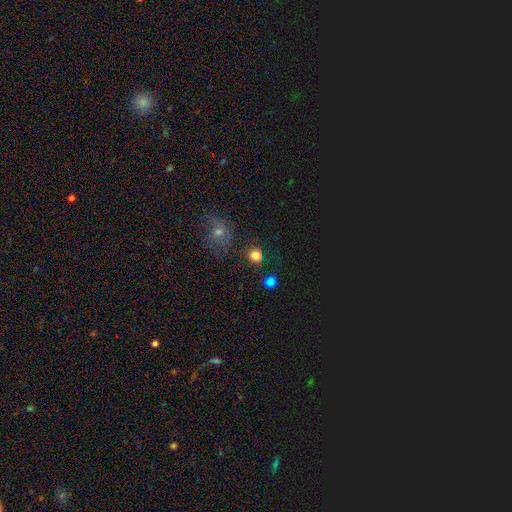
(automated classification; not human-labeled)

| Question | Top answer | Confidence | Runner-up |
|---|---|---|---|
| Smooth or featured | smooth | 81% | star or artifact (15%) |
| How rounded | round | 88% | in between (11%) |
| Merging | none | 84% | minor disturbance (8%) |